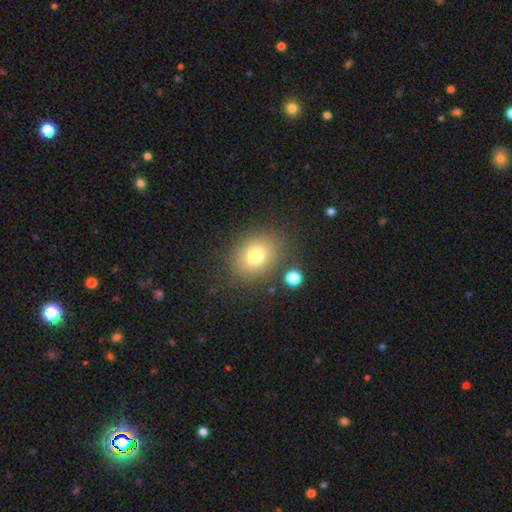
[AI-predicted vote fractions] Q: Smooth or featured?
A: smooth (76%); runner-up: star or artifact (13%)
Q: How rounded?
A: round (50%); runner-up: in between (49%)
Q: Merging?
A: none (81%); runner-up: minor disturbance (11%)